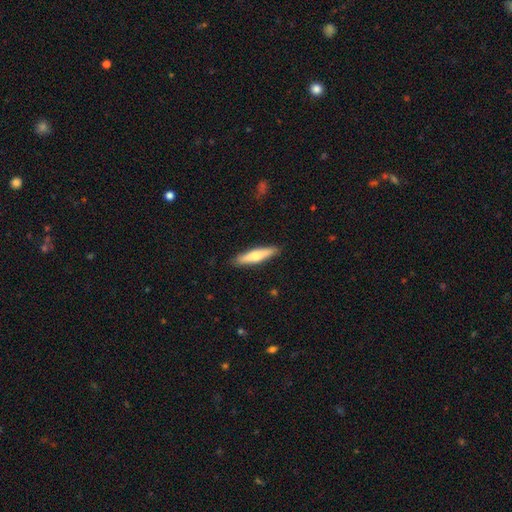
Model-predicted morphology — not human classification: Smooth or featured?
  - smooth: 59% *
  - featured or disk: 36%
  - star or artifact: 5%
How rounded?
  - cigar-shaped: 84% *
  - in between: 15%
  - round: 1%
Merging?
  - none: 89% *
  - minor disturbance: 8%
  - major disturbance: 2%
  - merger: 1%